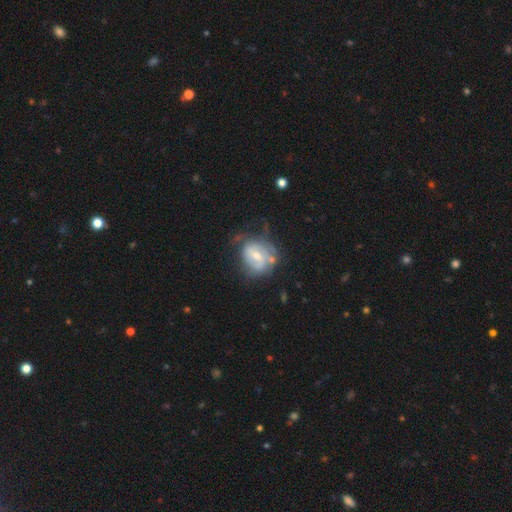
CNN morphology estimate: Overall: featured or disk (66%; smooth 27%). Edge-on disk: no (97%). Bar: weak (47%; no 37%). Spiral arms: yes (67%; no 33%). Bulge size: moderate (52%; small 43%). Merging: none (43%; minor disturbance 28%).